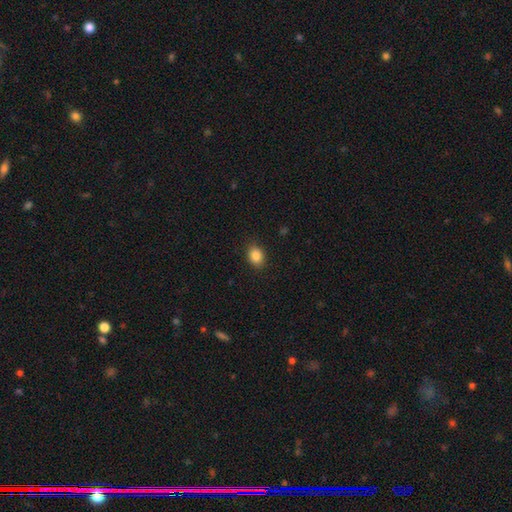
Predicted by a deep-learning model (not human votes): A smooth galaxy with no disk features (87%) that is in between round and cigar-shaped (61%).

Vote fractions:
- Smooth or featured? smooth: 87% / star or artifact: 9% / featured or disk: 4%
- How rounded? in between: 61% / round: 38% / cigar-shaped: 1%
- Merging? none: 88% / minor disturbance: 9% / major disturbance: 2% / merger: 1%